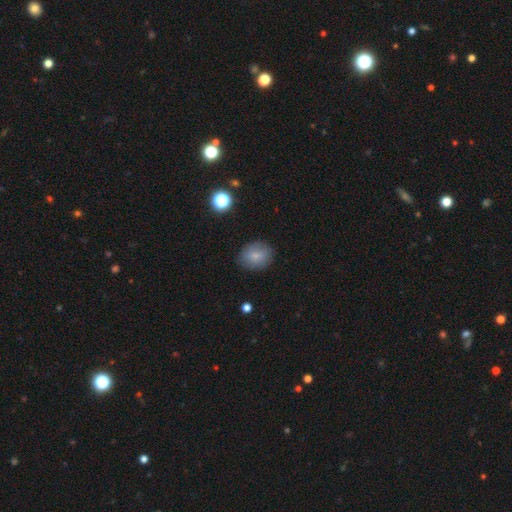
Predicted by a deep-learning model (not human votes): Smooth or featured: smooth — 80% (featured or disk — 11%)
How rounded: round — 56% (in between — 42%)
Merging: none — 81% (minor disturbance — 14%)